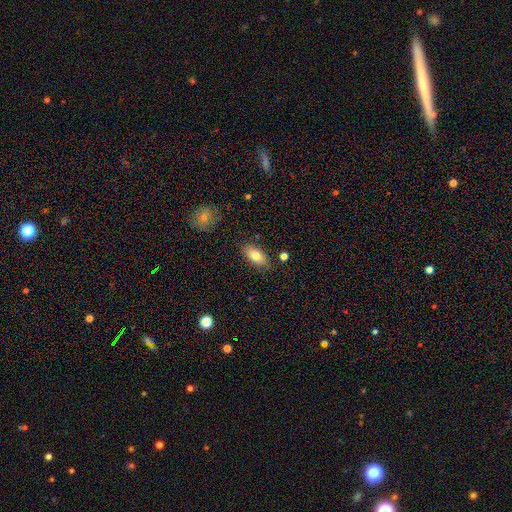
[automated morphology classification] Smooth or featured? smooth (78%)
How rounded? in between (89%)
Merging? none (81%)